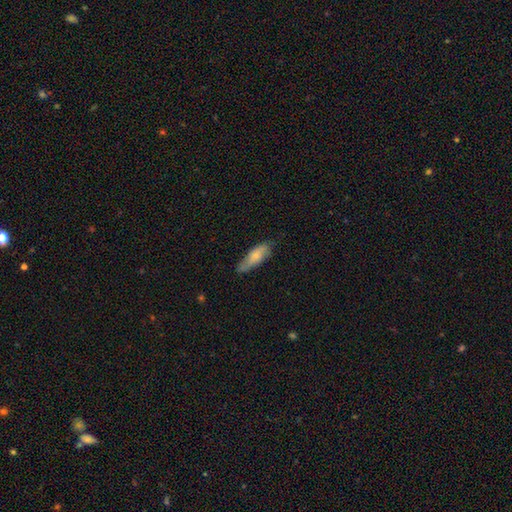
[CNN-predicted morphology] Smooth or featured? Predicted: smooth (p=0.69). How rounded? Predicted: in between (p=0.58). Merging? Predicted: none (p=0.65).